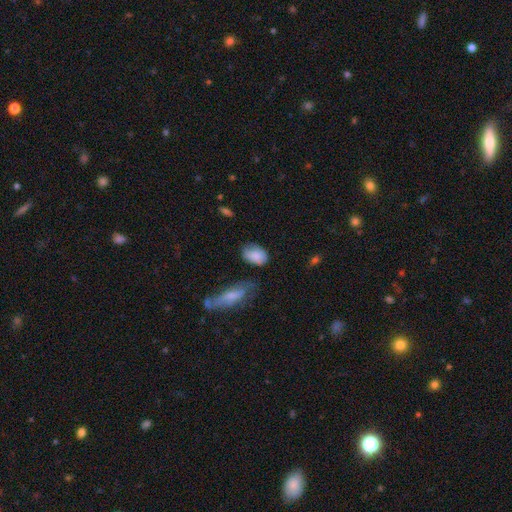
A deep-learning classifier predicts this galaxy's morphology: Smooth or featured? smooth (79%)
How rounded? in between (83%)
Merging? none (58%)